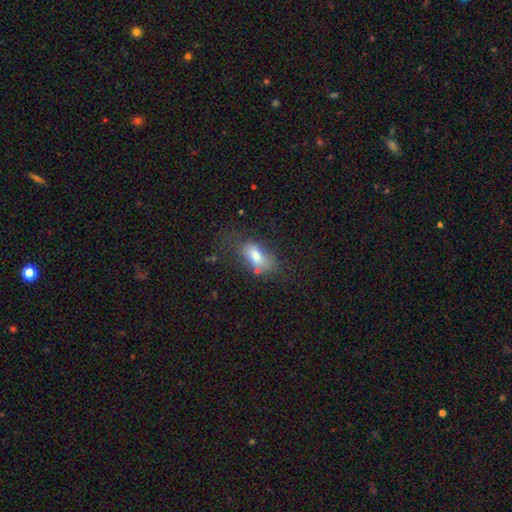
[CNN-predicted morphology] This appears to be a smooth galaxy with no disk features (72%) that is in between round and cigar-shaped (86%). Merging: none (51%).